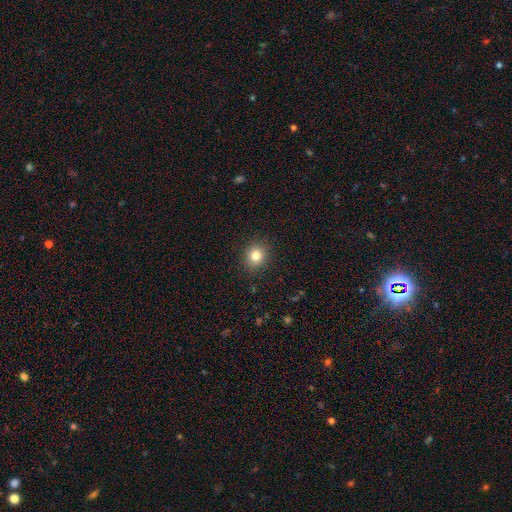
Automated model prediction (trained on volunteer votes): Smooth or featured? smooth (81%)
How rounded? round (84%)
Merging? none (90%)